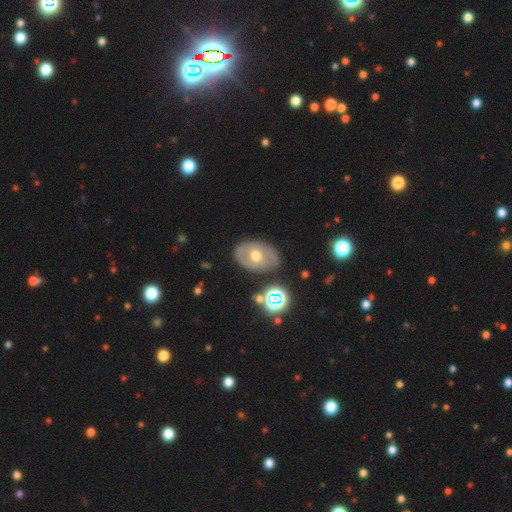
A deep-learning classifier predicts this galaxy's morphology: smooth-or-featured: featured or disk: 51% | smooth: 41% | star or artifact: 8%
  disk-edge-on: no: 91% | yes: 9%
  merging: none: 79% | minor disturbance: 13% | major disturbance: 4% | merger: 3%